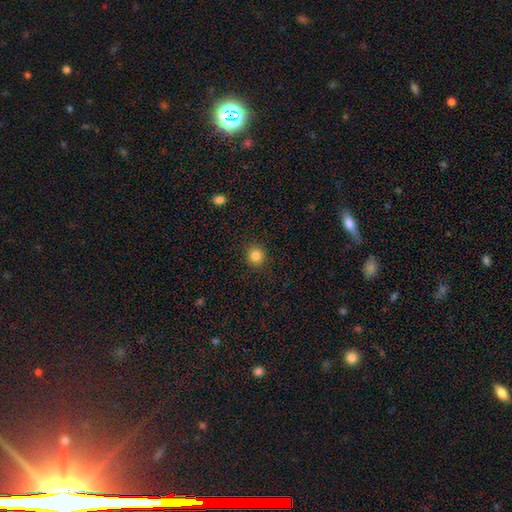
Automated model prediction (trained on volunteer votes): A smooth galaxy with no disk features (84%) that is round (91%). Merging: none (91%).